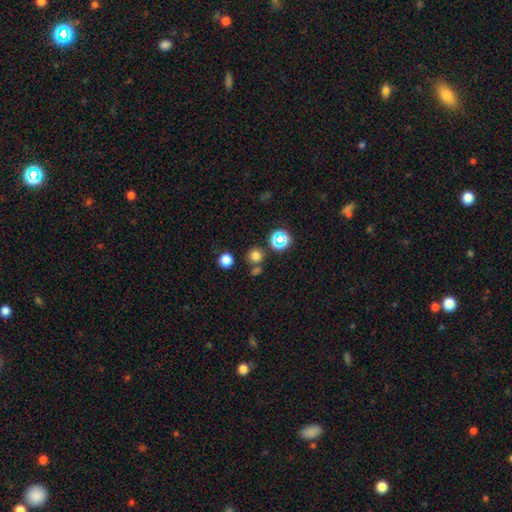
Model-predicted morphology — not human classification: A smooth galaxy with no disk features (71%) that is round (91%).

Vote fractions:
- Smooth or featured? smooth: 71% / star or artifact: 23% / featured or disk: 6%
- How rounded? round: 91% / in between: 8% / cigar-shaped: 1%
- Merging? none: 74% / merger: 15% / minor disturbance: 7% / major disturbance: 3%